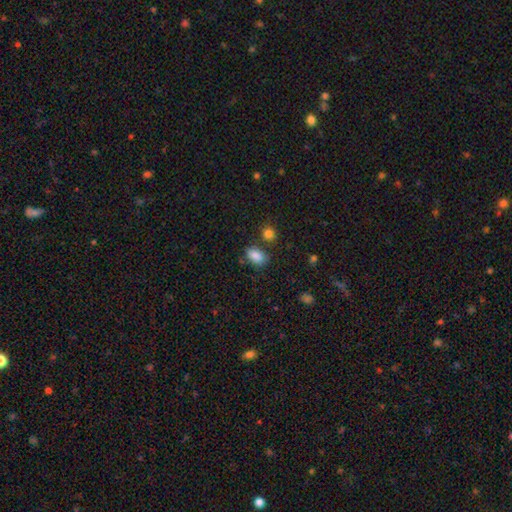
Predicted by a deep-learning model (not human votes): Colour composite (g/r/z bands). It shows a smooth galaxy with no disk features (86%) that is in between round and cigar-shaped (86%). Merging: none (70%).